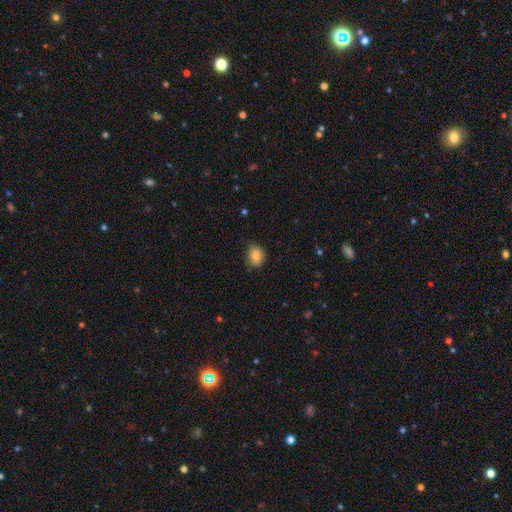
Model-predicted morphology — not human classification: The model was most divided on "how rounded": in between: 55%, round: 44%, cigar-shaped: 1%. More confident: smooth or featured — smooth (84%); merging — none (77%).